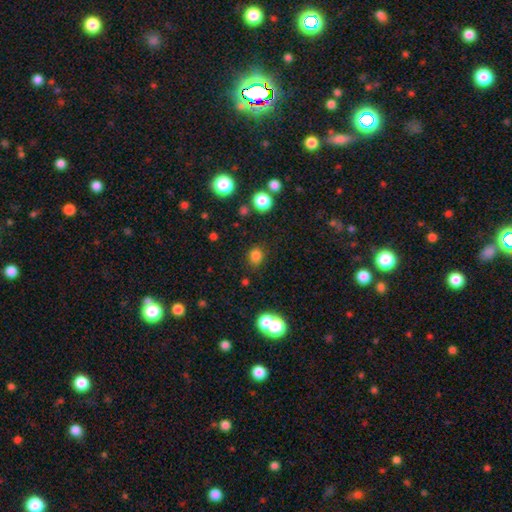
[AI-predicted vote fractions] Morphology: type=smooth (80%); roundness=round (75%); merging=none (82%).